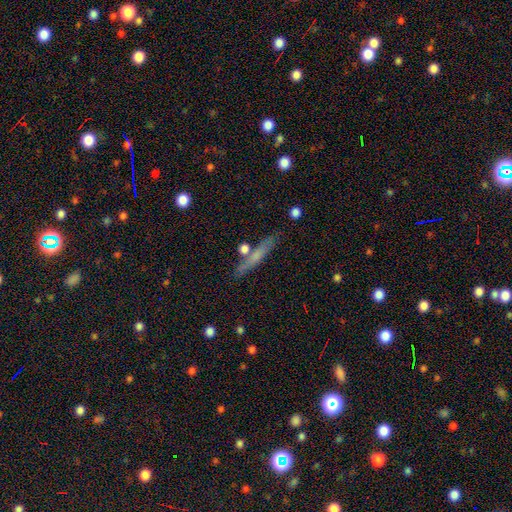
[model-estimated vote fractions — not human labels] A smooth galaxy with no disk features (55%) that is cigar-shaped (92%).

Vote fractions:
- Smooth or featured? smooth: 55% / featured or disk: 37% / star or artifact: 8%
- How rounded? cigar-shaped: 92% / in between: 6% / round: 3%
- Merging? none: 80% / minor disturbance: 11% / merger: 6% / major disturbance: 3%